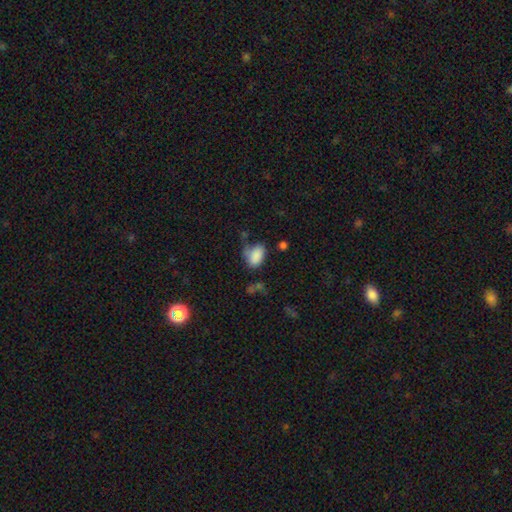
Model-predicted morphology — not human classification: Smooth or featured?
  - smooth: 84% *
  - star or artifact: 9%
  - featured or disk: 7%
How rounded?
  - in between: 87% *
  - round: 12%
  - cigar-shaped: 1%
Merging?
  - none: 43% *
  - minor disturbance: 30%
  - major disturbance: 17%
  - merger: 9%